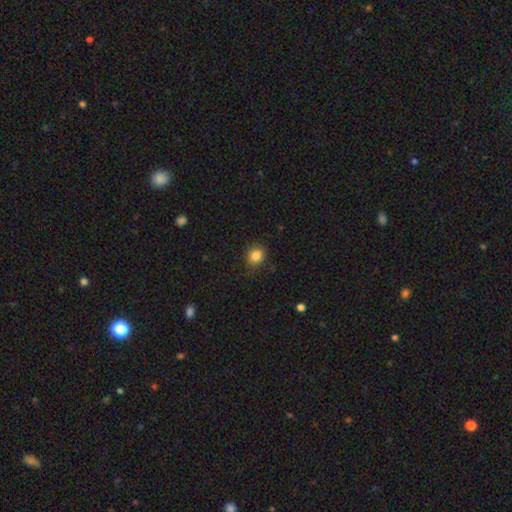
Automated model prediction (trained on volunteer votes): Smooth or featured? smooth (84%)
How rounded? round (75%)
Merging? none (78%)